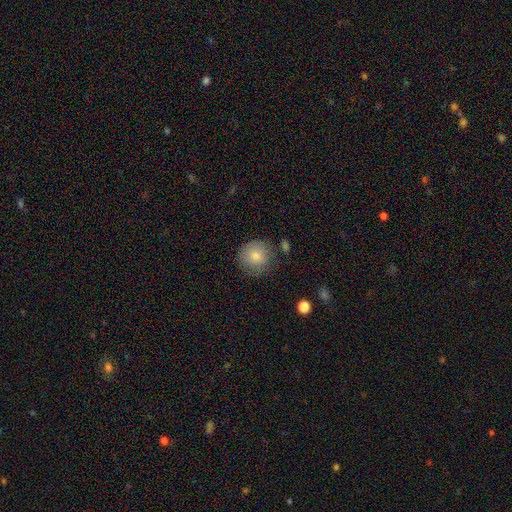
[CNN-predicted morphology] Smooth or featured? smooth (82%)
How rounded? round (91%)
Merging? none (75%)